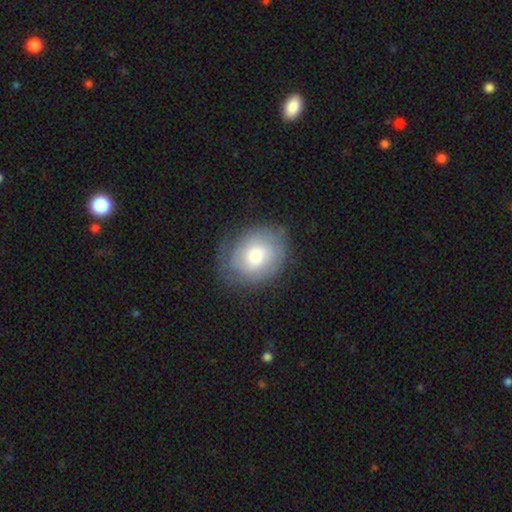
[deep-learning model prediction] Morphology: type=smooth (55%); roundness=in between (54%); merging=none (69%).